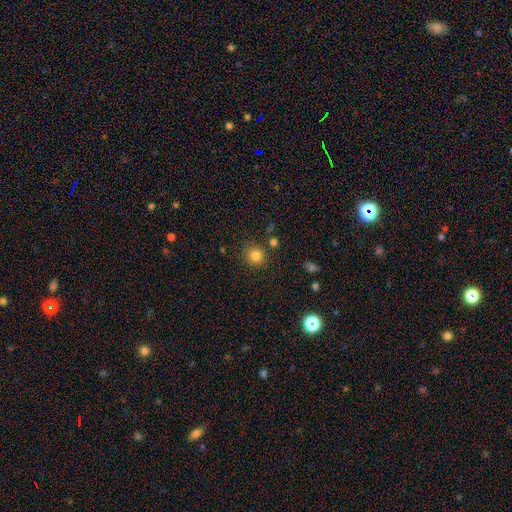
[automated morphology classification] Smooth or featured? Predicted: smooth (p=0.82). How rounded? Predicted: round (p=0.90). Merging? Predicted: none (p=0.83).